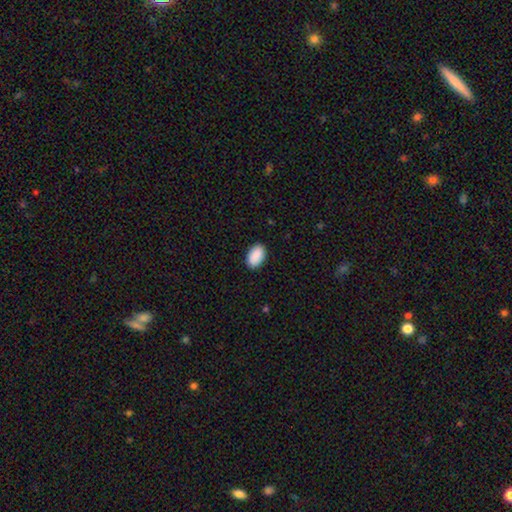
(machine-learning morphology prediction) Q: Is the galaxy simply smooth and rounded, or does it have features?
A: smooth — 91%.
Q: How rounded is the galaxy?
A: in between — 94%.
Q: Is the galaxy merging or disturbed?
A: none — 90%.